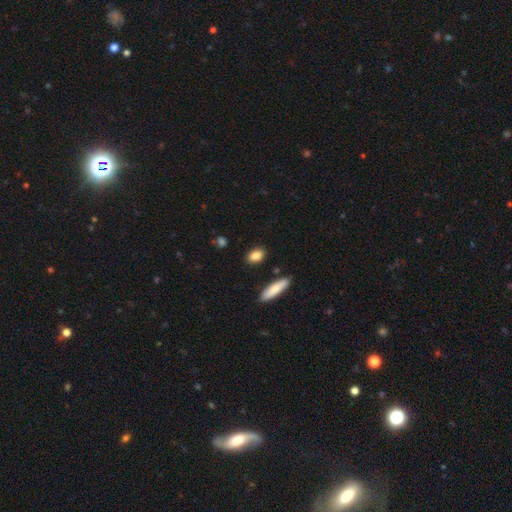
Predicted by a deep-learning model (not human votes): Smooth or featured: smooth — 86% (star or artifact — 7%)
How rounded: in between — 78% (round — 14%)
Merging: none — 85% (minor disturbance — 10%)